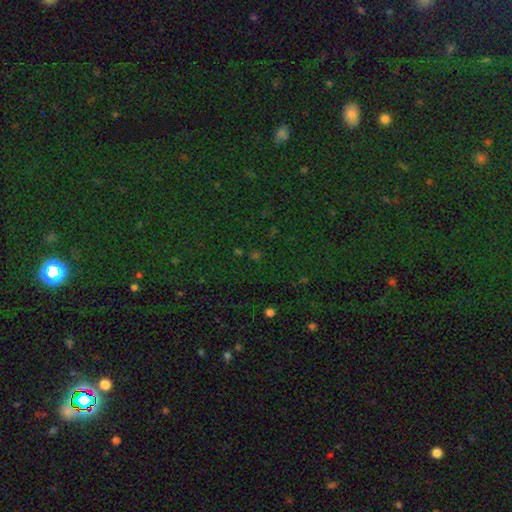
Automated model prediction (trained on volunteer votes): A star or artifact, not a galaxy (65%).

Vote fractions:
- Smooth or featured? star or artifact: 65% / smooth: 27% / featured or disk: 8%